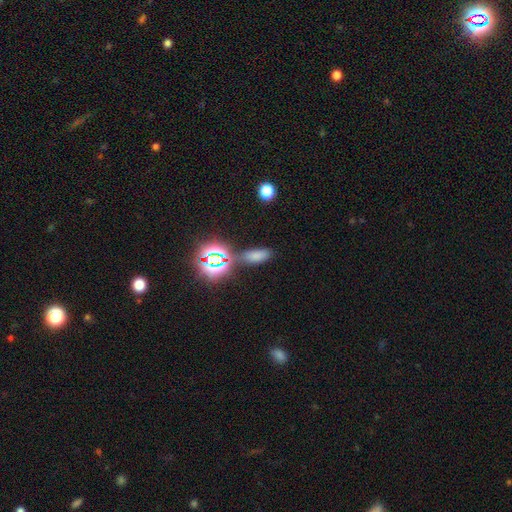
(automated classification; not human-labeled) Q: Smooth or featured?
A: smooth (63%); runner-up: star or artifact (30%)
Q: How rounded?
A: in between (77%); runner-up: cigar-shaped (16%)
Q: Merging?
A: none (71%); runner-up: minor disturbance (14%)